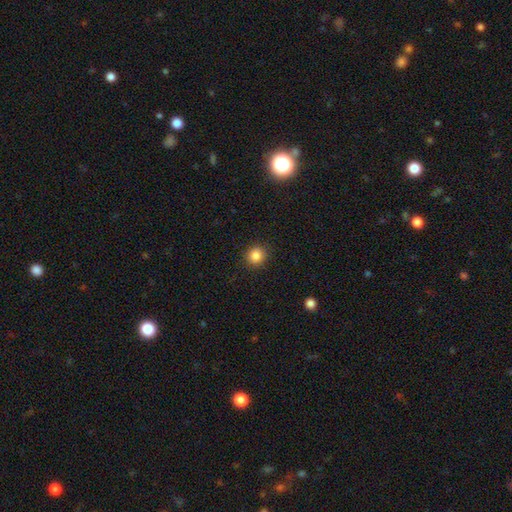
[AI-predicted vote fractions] Smooth or featured?
  - smooth: 85% *
  - star or artifact: 11%
  - featured or disk: 4%
How rounded?
  - round: 89% *
  - in between: 10%
  - cigar-shaped: 1%
Merging?
  - none: 91% *
  - minor disturbance: 6%
  - major disturbance: 2%
  - merger: 1%